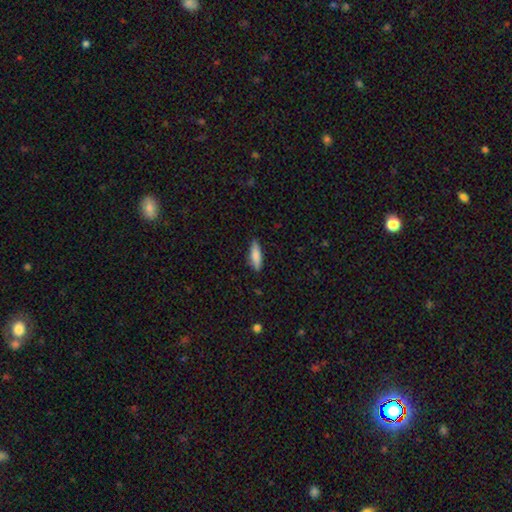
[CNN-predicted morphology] Overall: smooth (81%). How rounded: cigar-shaped (54%; in between 44%). Merging: none (84%).